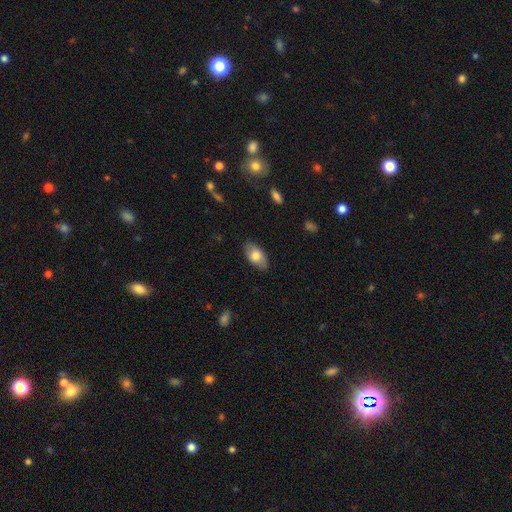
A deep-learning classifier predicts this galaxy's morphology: Smooth or featured? Predicted: smooth (p=0.75). How rounded? Predicted: in between (p=0.94). Merging? Predicted: none (p=0.83).